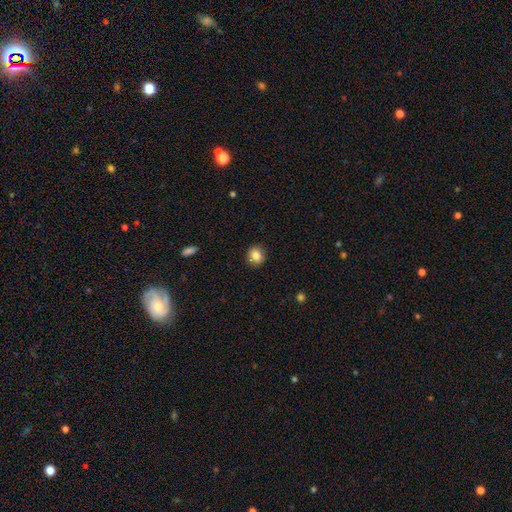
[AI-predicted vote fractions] smooth_or_featured: smooth (p=0.84) [alt: star or artifact p=0.10]
how_rounded: round (p=0.84) [alt: in between p=0.15]
merging: none (p=0.89) [alt: minor disturbance p=0.08]